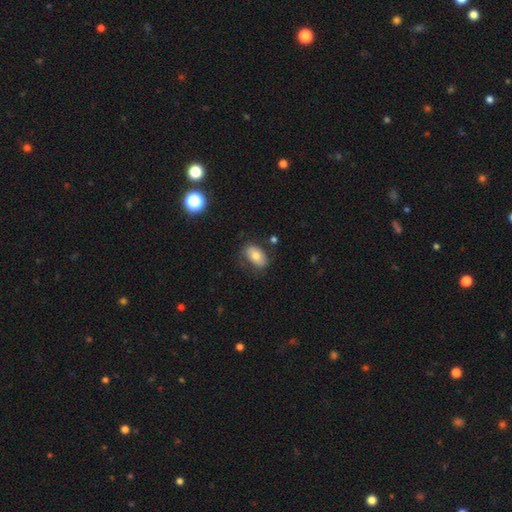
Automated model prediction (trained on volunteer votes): Smooth or featured: smooth — 70% (featured or disk — 22%)
How rounded: in between — 90% (round — 9%)
Merging: none — 70% (minor disturbance — 20%)